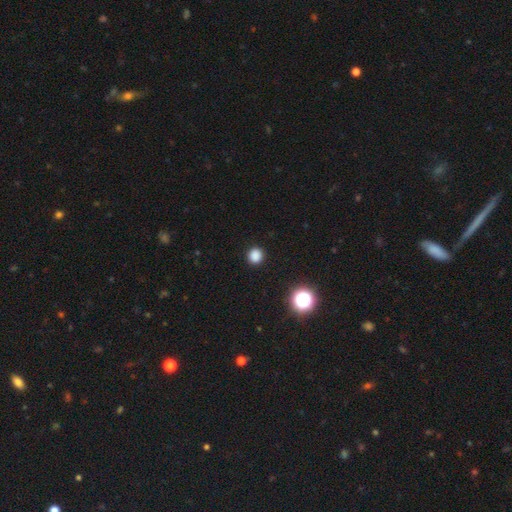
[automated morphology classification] This is clearly a smooth galaxy (83%). How rounded: clearly round (92%). Merging: clearly none (92%).